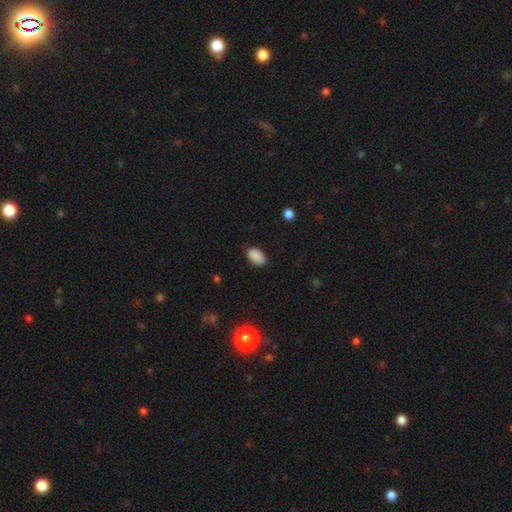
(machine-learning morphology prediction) Q: Smooth or featured?
A: smooth (88%); runner-up: star or artifact (9%)
Q: How rounded?
A: in between (92%); runner-up: round (6%)
Q: Merging?
A: none (82%); runner-up: minor disturbance (14%)